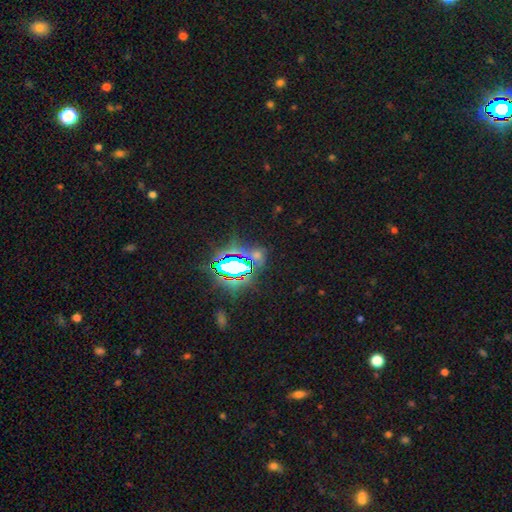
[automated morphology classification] Q: Smooth or featured?
A: star or artifact (72%); runner-up: smooth (19%)